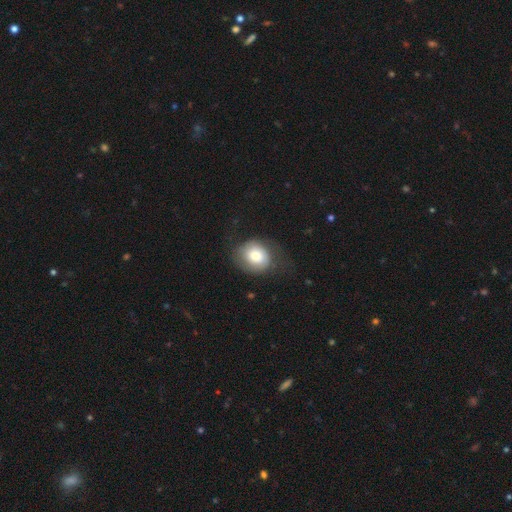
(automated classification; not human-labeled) A smooth galaxy with no disk features (72%) that is round (68%).

Vote fractions:
- Smooth or featured? smooth: 72% / featured or disk: 21% / star or artifact: 7%
- How rounded? round: 68% / in between: 31% / cigar-shaped: 1%
- Merging? none: 57% / minor disturbance: 25% / major disturbance: 17% / merger: 1%